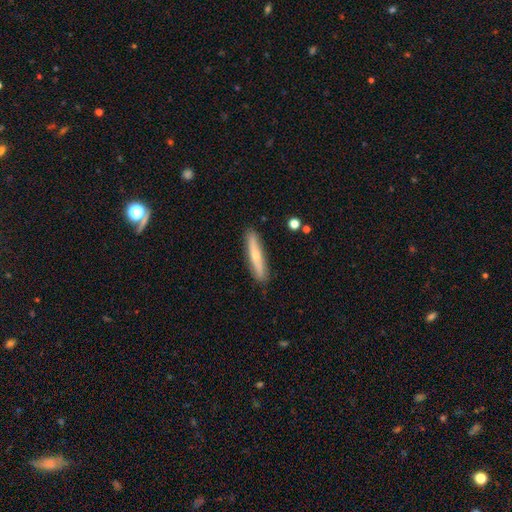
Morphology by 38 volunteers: smooth-or-featured: smooth: 53% | featured or disk: 45% | star or artifact: 3%
  how-rounded: cigar-shaped: 95% | in between: 5% | round: 0%
  merging: none: 81% | minor disturbance: 11% | merger: 8% | major disturbance: 0%